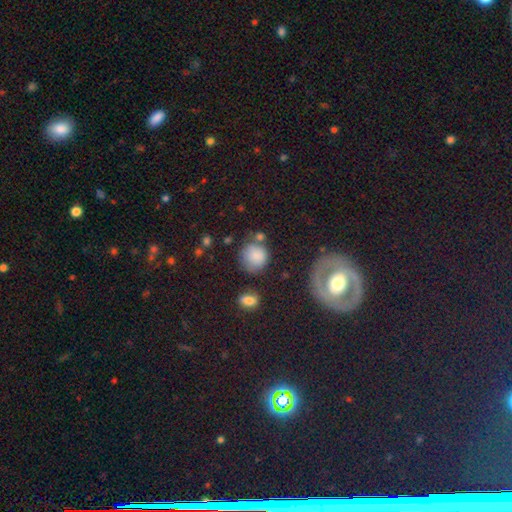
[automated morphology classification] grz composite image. It shows a smooth galaxy with no disk features (81%) that is round (83%). Merging: none (58%).